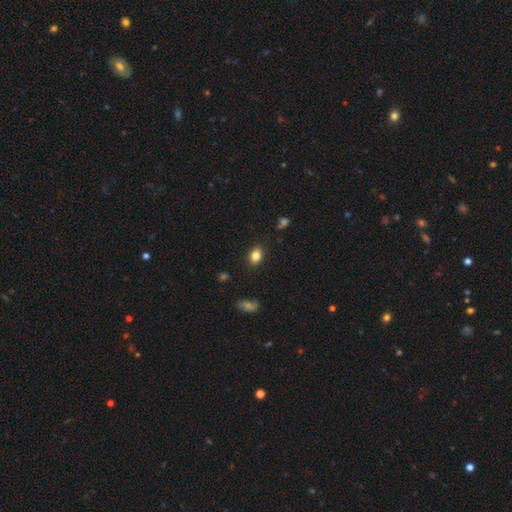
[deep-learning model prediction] Smooth or featured? Predicted: smooth (p=0.83). How rounded? Predicted: in between (p=0.75). Merging? Predicted: none (p=0.86).